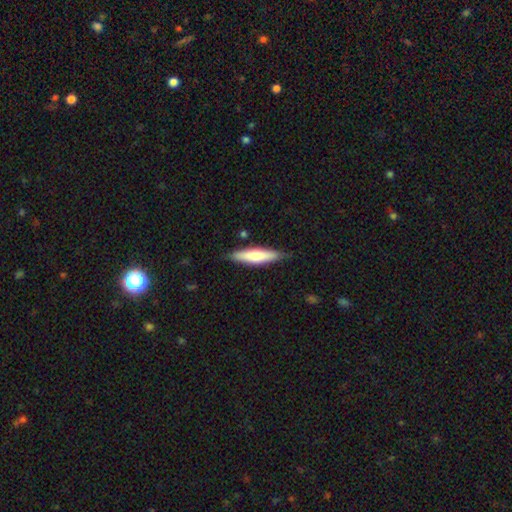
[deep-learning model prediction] smooth 65%, featured or disk 30%, star or artifact 5%. Down the decision tree: how rounded — cigar-shaped (77%); merging — none (82%).